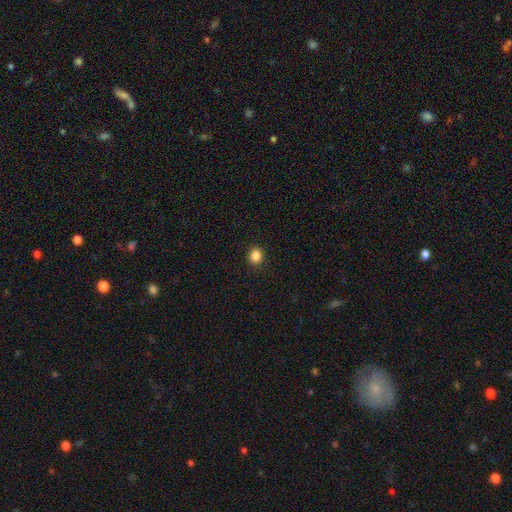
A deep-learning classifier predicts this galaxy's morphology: This is clearly a smooth galaxy (86%). How rounded: likely round (68%). Merging: clearly none (91%).